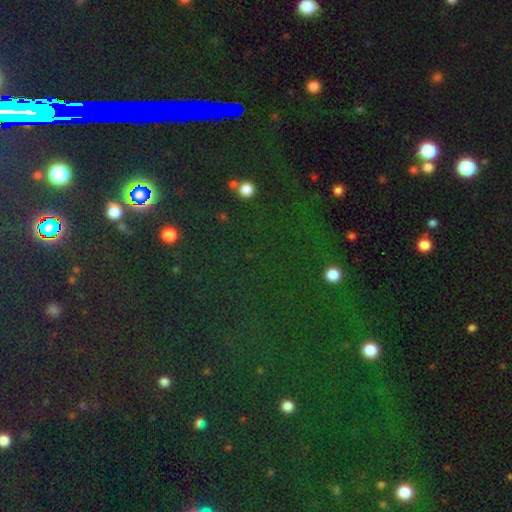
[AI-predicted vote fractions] Overall: star or artifact (77%).